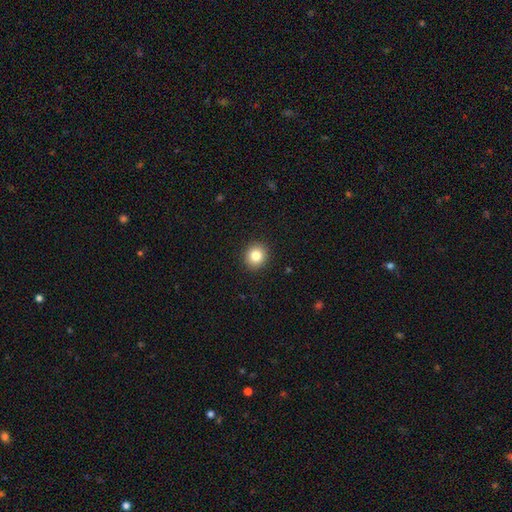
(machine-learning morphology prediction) Q: Smooth or featured?
A: smooth (82%); runner-up: star or artifact (10%)
Q: How rounded?
A: round (87%); runner-up: in between (12%)
Q: Merging?
A: none (92%); runner-up: minor disturbance (5%)